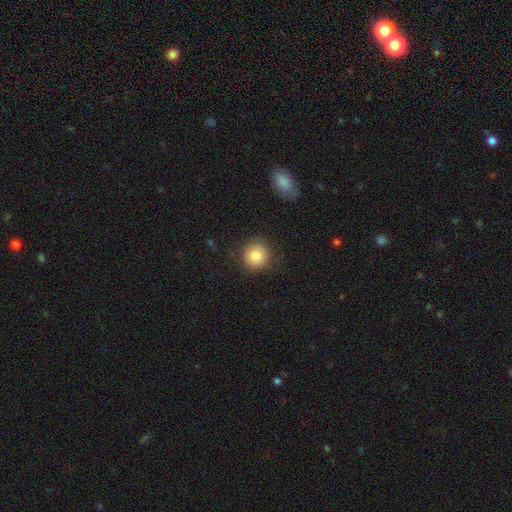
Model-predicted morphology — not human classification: Q: Smooth or featured?
A: smooth (84%); runner-up: star or artifact (9%)
Q: How rounded?
A: round (92%); runner-up: in between (7%)
Q: Merging?
A: none (87%); runner-up: minor disturbance (9%)